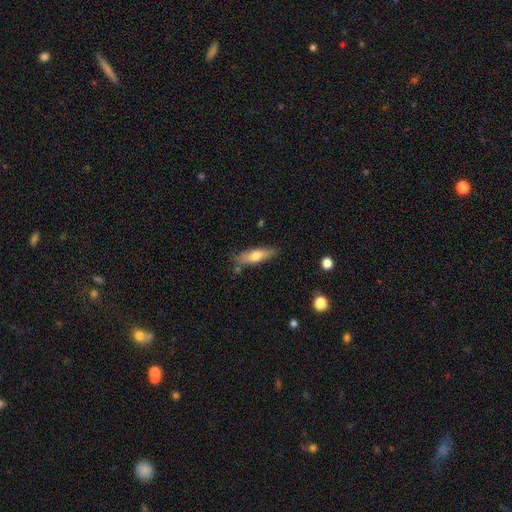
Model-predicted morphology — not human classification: Overall: smooth (67%). How rounded: cigar-shaped (56%; in between 42%). Merging: none (79%).